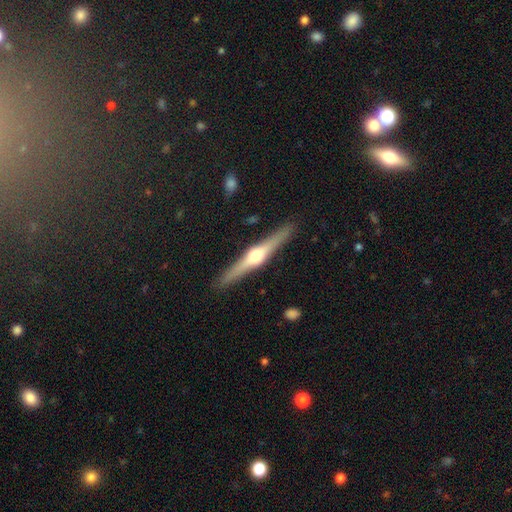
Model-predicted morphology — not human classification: A featured or disk galaxy (78%) viewed edge-on (98%) with a rounded central bulge (93%). Merging: none (91%).